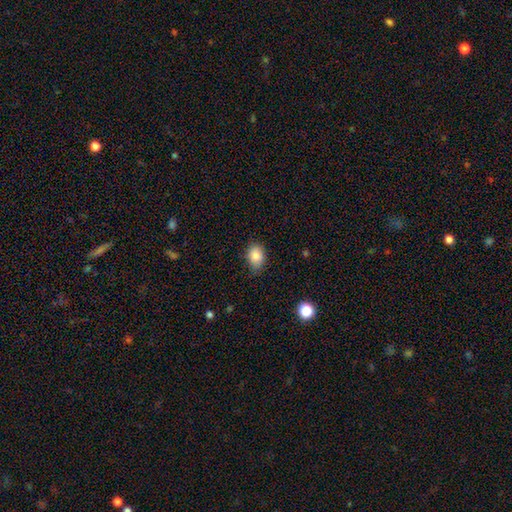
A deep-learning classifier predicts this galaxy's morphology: Smooth or featured?
  - smooth: 85% *
  - star or artifact: 9%
  - featured or disk: 6%
How rounded?
  - in between: 75% *
  - round: 24%
  - cigar-shaped: 1%
Merging?
  - none: 72% *
  - minor disturbance: 23%
  - major disturbance: 4%
  - merger: 1%